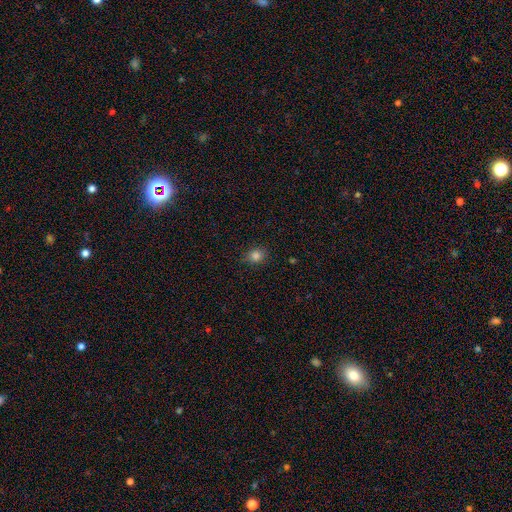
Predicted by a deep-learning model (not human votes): Smooth or featured? smooth (83%)
How rounded? round (66%)
Merging? none (82%)